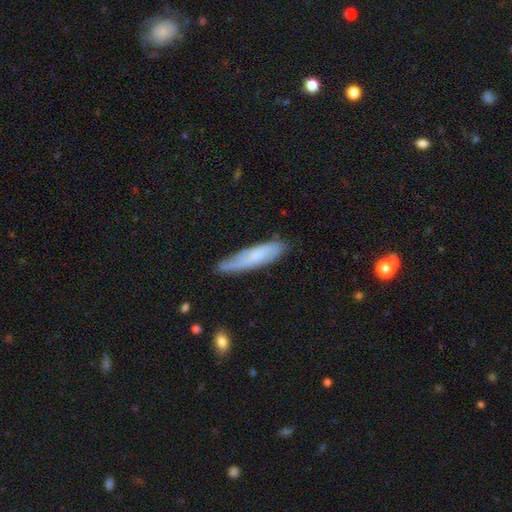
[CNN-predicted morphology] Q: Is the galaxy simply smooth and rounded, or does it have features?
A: smooth — 54%.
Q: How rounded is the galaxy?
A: cigar-shaped — 73%.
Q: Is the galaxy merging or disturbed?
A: none — 67%.